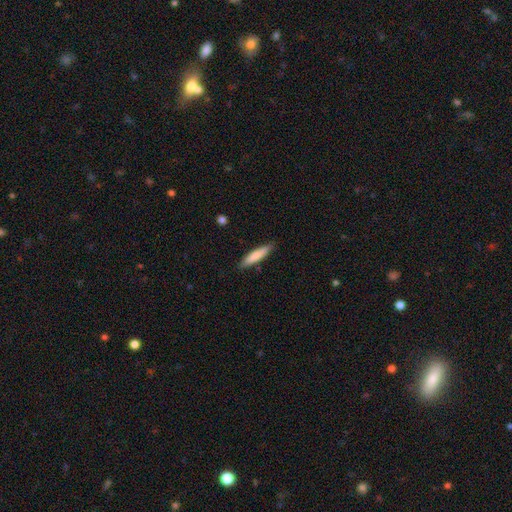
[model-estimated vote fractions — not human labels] smooth 78%, featured or disk 17%, star or artifact 5%. Down the decision tree: how rounded — cigar-shaped (85%); merging — none (87%).